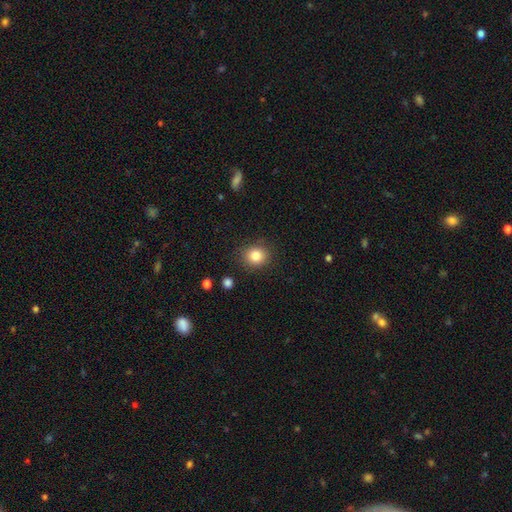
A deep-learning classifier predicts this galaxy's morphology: smooth_or_featured: smooth (p=0.83) [alt: star or artifact p=0.10]
how_rounded: round (p=0.80) [alt: in between p=0.19]
merging: none (p=0.87) [alt: minor disturbance p=0.09]